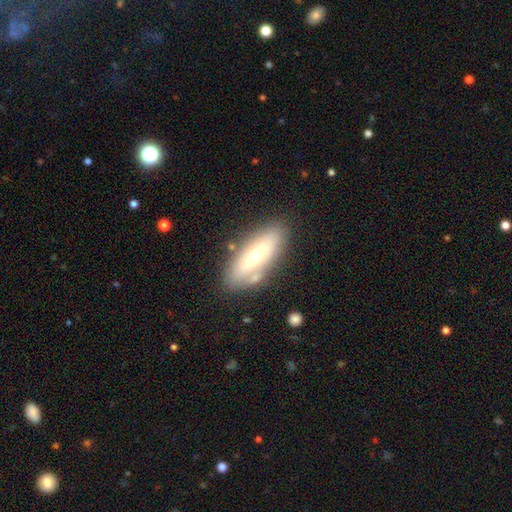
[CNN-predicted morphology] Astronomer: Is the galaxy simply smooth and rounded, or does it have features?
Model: smooth — 47% (runner-up: featured or disk, 46%).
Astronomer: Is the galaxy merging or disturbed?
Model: none — 75%.